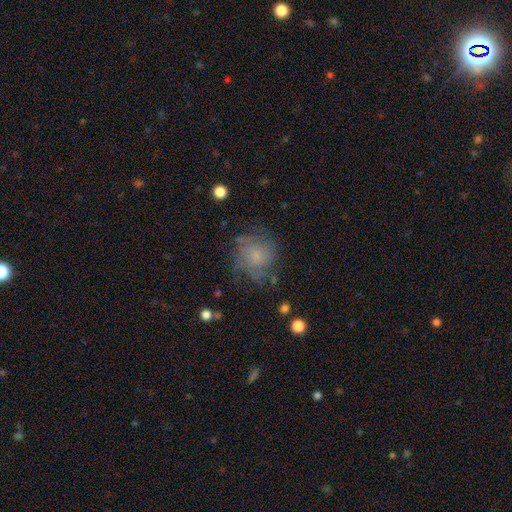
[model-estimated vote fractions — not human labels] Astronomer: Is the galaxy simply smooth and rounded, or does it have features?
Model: smooth — 52% (runner-up: featured or disk, 35%).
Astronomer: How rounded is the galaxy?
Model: round — 80%.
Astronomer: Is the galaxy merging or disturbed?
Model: none — 57%.